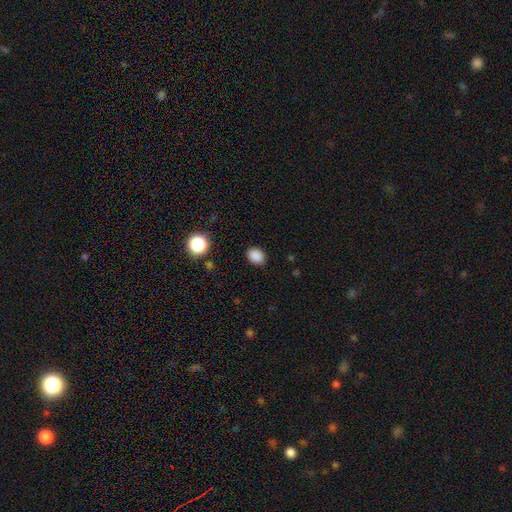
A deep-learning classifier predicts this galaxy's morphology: Smooth or featured?
  - smooth: 86% *
  - star or artifact: 11%
  - featured or disk: 3%
How rounded?
  - in between: 50% * (tied)
  - round: 50% * (tied)
  - cigar-shaped: 1%
Merging?
  - none: 88% *
  - minor disturbance: 8%
  - major disturbance: 2%
  - merger: 1%